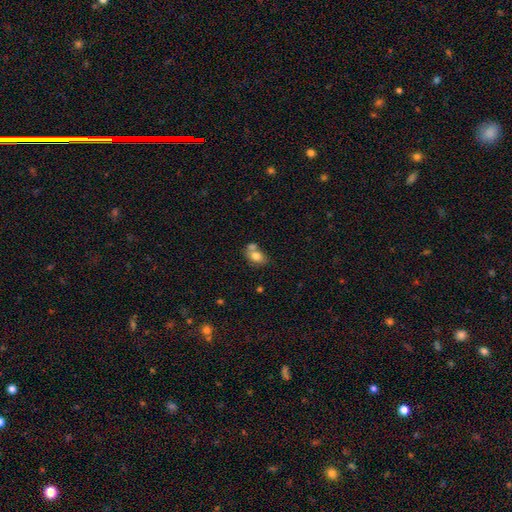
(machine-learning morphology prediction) Smooth or featured?
  - smooth: 77% *
  - featured or disk: 14%
  - star or artifact: 9%
How rounded?
  - in between: 76% *
  - round: 23%
  - cigar-shaped: 2%
Merging?
  - merger: 43% *
  - none: 37%
  - minor disturbance: 14%
  - major disturbance: 5%